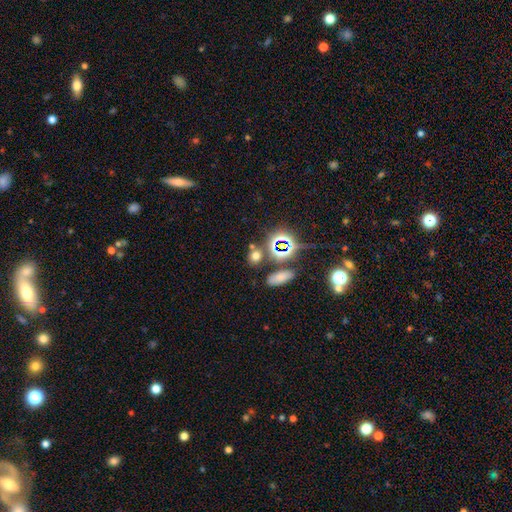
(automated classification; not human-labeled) Overall: smooth (60%; star or artifact 32%). How rounded: round (59%; in between 38%). Merging: none (73%).